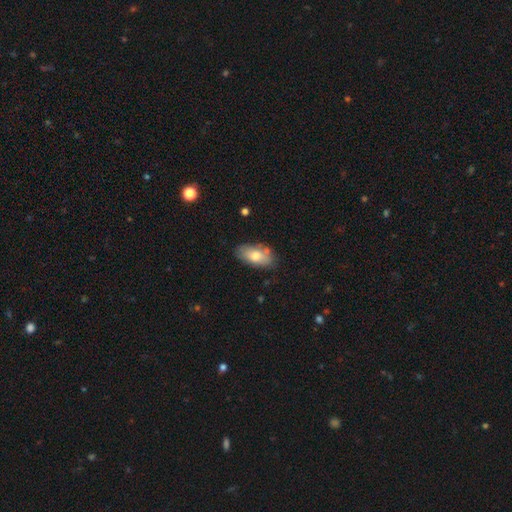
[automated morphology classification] This appears to be a smooth galaxy with no disk features (71%) that is in between round and cigar-shaped (92%). Merging: none (71%).